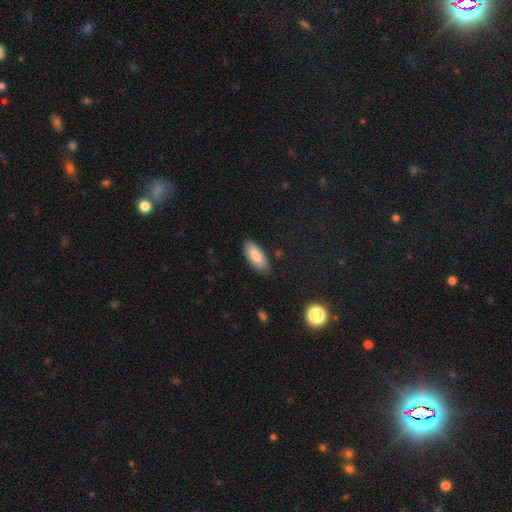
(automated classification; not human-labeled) Smooth or featured? Predicted: smooth (p=0.85). How rounded? Predicted: in between (p=0.82). Merging? Predicted: none (p=0.85).